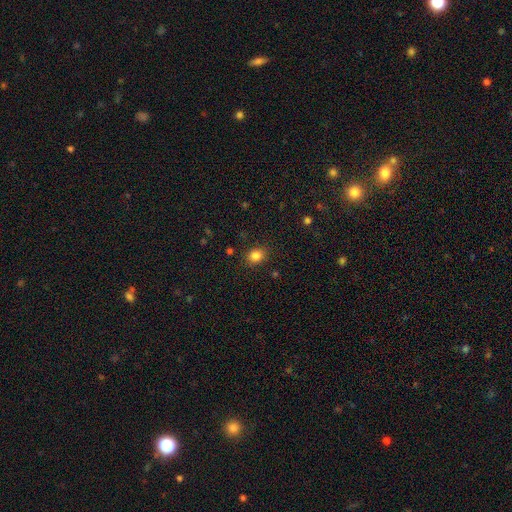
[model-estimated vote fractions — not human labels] Morphology: type=smooth (84%); roundness=round (54%); merging=none (87%).